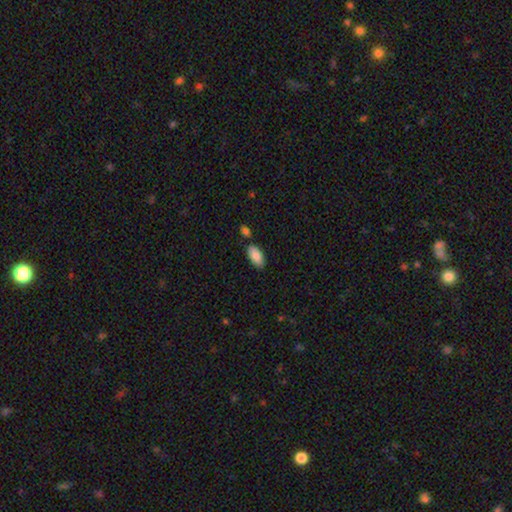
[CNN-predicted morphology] A smooth galaxy with no disk features (88%) that is in between round and cigar-shaped (93%). Merging: none (78%).